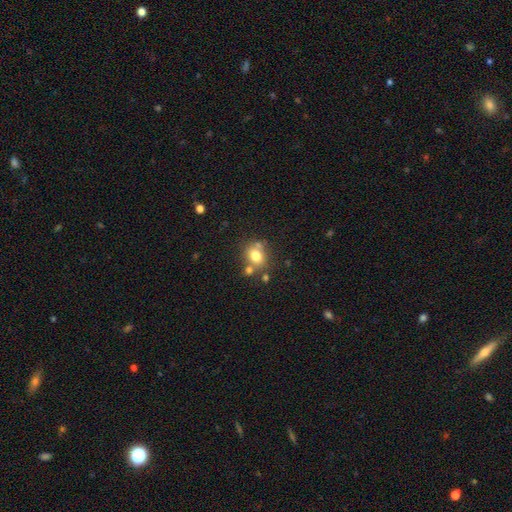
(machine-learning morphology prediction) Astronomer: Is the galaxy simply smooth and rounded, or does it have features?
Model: smooth — 74%.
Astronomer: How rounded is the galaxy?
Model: round — 57% (runner-up: in between, 42%).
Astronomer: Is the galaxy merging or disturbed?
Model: none — 59%.